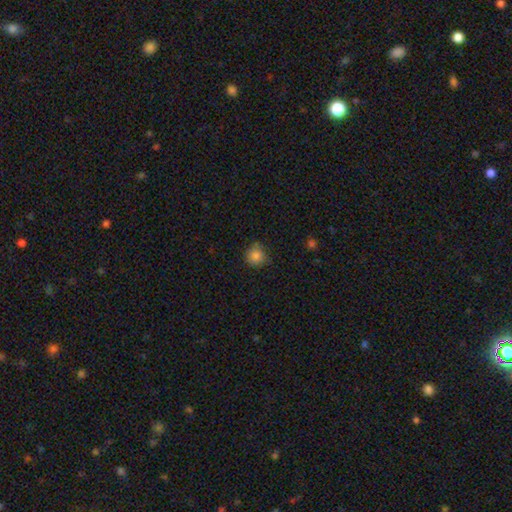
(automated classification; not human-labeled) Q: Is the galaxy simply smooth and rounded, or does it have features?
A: smooth — 84%.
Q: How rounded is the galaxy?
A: round — 92%.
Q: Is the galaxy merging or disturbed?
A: none — 76%.